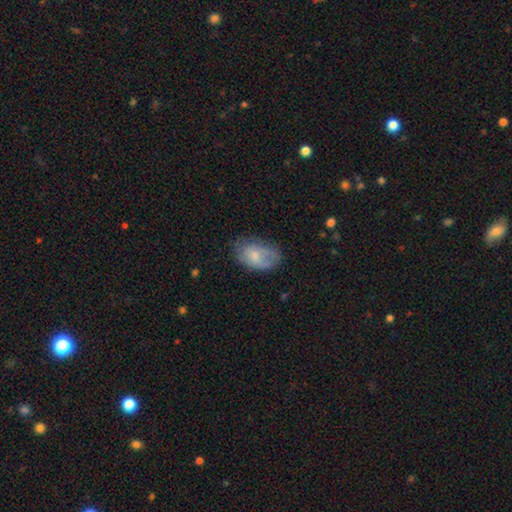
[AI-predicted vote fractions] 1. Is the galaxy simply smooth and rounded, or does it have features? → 65% smooth, 28% featured or disk, 7% star or artifact.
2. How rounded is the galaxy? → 90% in between, 9% round, 1% cigar-shaped.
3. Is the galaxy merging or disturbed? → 57% none, 29% minor disturbance, 12% major disturbance, 2% merger.